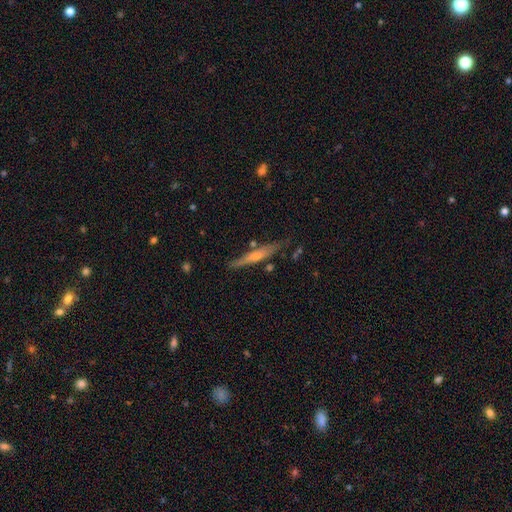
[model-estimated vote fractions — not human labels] A featured or disk galaxy (55%) viewed edge-on (93%) with a rounded central bulge (55%).

Vote fractions:
- Smooth or featured? featured or disk: 55% / smooth: 38% / star or artifact: 7%
- Edge-on disk? yes: 93% / no: 7%
- Edge-on bulge? rounded: 55% / none: 36% / boxy: 9%
- Merging? none: 78% / minor disturbance: 15% / merger: 4% / major disturbance: 3%